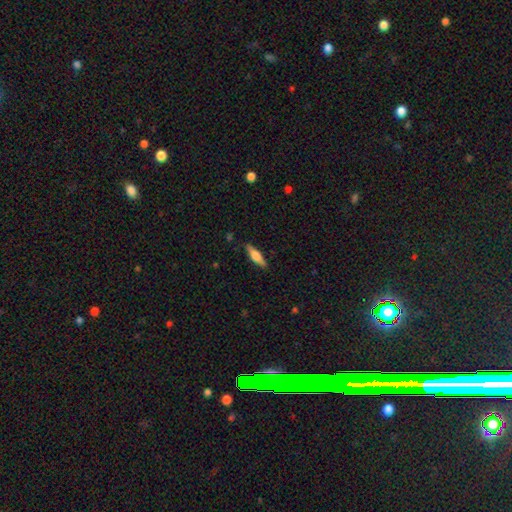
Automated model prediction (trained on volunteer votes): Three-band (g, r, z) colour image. It shows a smooth galaxy with no disk features (54%) that is cigar-shaped (60%). Merging: none (87%).